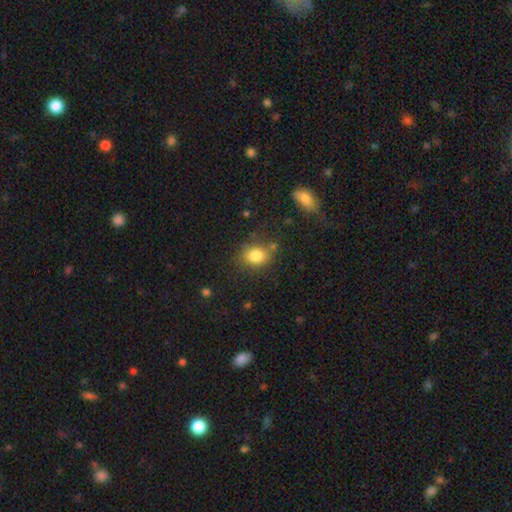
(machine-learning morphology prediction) Q: Smooth or featured?
A: smooth (83%); runner-up: star or artifact (10%)
Q: How rounded?
A: round (50%); runner-up: in between (49%)
Q: Merging?
A: none (75%); runner-up: minor disturbance (15%)